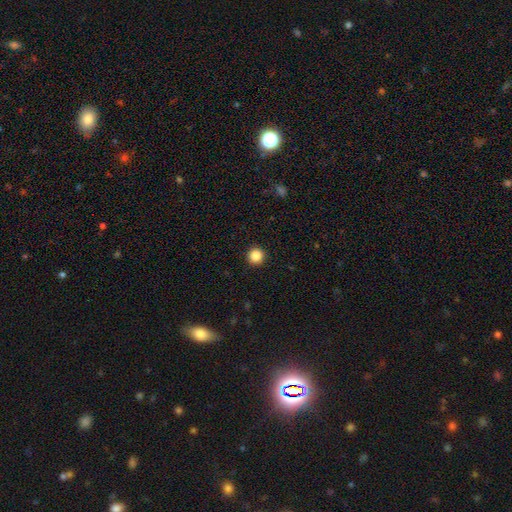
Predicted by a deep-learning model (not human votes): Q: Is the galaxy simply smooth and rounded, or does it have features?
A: smooth — 87%.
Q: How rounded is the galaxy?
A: round — 95%.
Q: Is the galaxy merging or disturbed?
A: none — 93%.